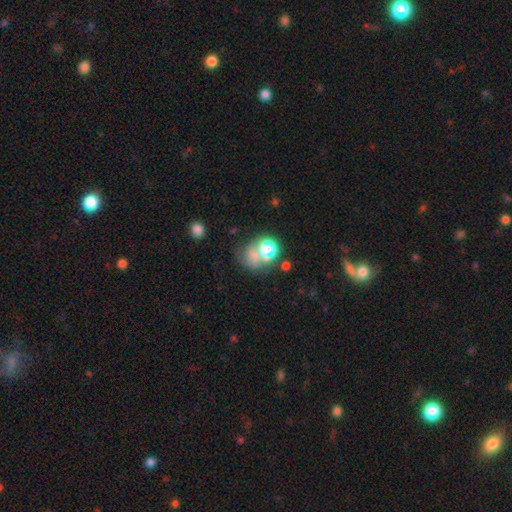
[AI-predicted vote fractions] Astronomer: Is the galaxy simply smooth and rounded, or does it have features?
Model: smooth — 61%.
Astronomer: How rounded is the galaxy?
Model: round — 62%.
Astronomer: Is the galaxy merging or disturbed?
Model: merger — 40% (runner-up: none, 27%).